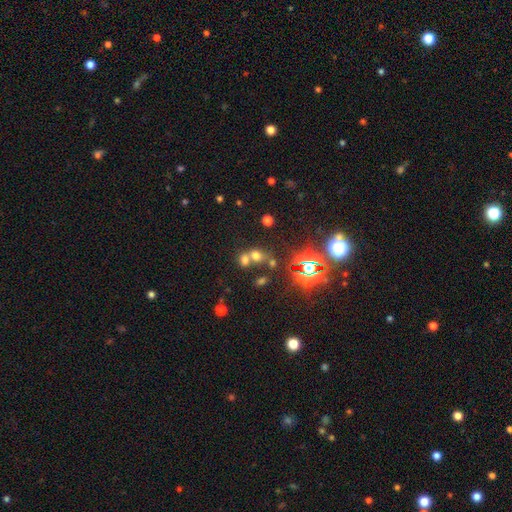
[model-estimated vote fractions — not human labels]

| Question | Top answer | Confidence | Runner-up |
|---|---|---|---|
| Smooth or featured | smooth | 56% | star or artifact (31%) |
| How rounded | round | 59% | in between (39%) |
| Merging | merger | 53% | none (36%) |